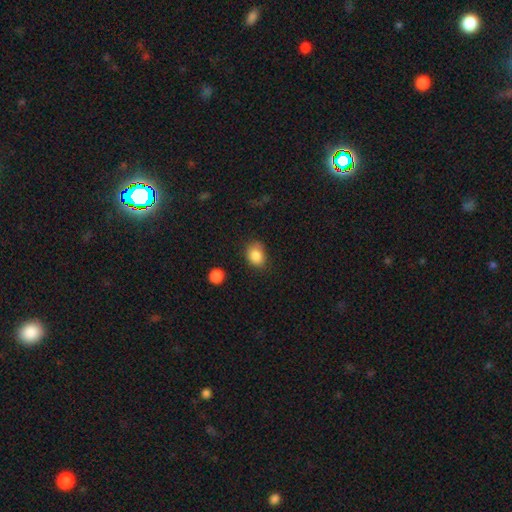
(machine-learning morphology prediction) Overall: smooth (85%). How rounded: in between (53%; round 47%). Merging: none (66%).